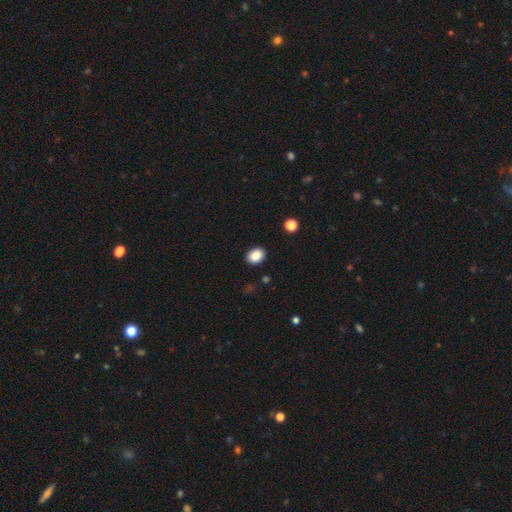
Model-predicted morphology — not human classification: smooth-or-featured: smooth: 88% | star or artifact: 8% | featured or disk: 3%
  how-rounded: in between: 68% | round: 31% | cigar-shaped: 1%
  merging: none: 89% | minor disturbance: 8% | major disturbance: 2% | merger: 1%